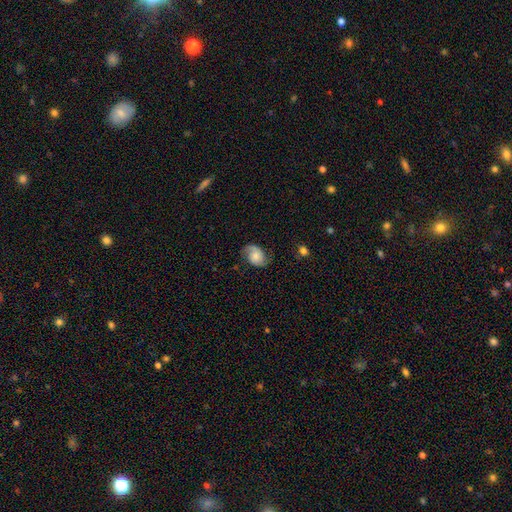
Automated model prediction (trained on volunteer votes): This is likely a featured or disk galaxy (66%). It is clearly not viewed edge-on (98%). Bar: likely no (71%). Spiral arm pattern: clearly yes (94%). Spiral arm count: clearly 2 (88%). Spiral winding: marginally medium (44%). Central bulge: marginally moderate (37%). Merging: likely none (71%).